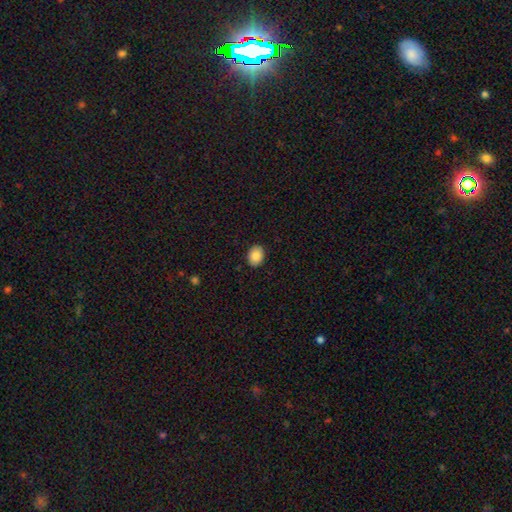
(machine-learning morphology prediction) Smooth or featured? Predicted: smooth (p=0.87). How rounded? Predicted: in between (p=0.63). Merging? Predicted: none (p=0.90).